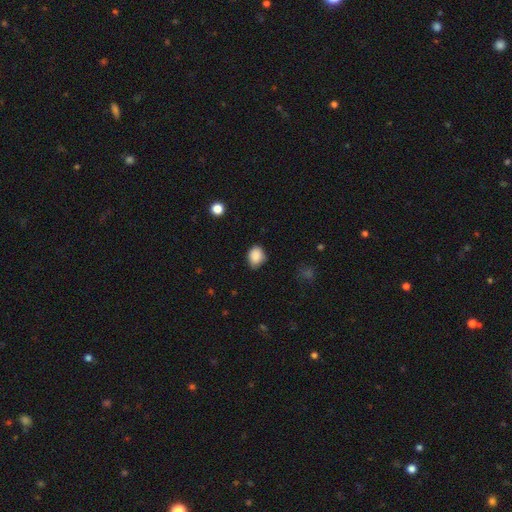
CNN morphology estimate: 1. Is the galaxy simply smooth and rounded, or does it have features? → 88% smooth, 9% star or artifact, 4% featured or disk.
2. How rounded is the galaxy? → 50% in between, 49% round, 1% cigar-shaped.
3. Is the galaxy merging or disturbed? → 69% none, 25% minor disturbance, 4% major disturbance, 2% merger.